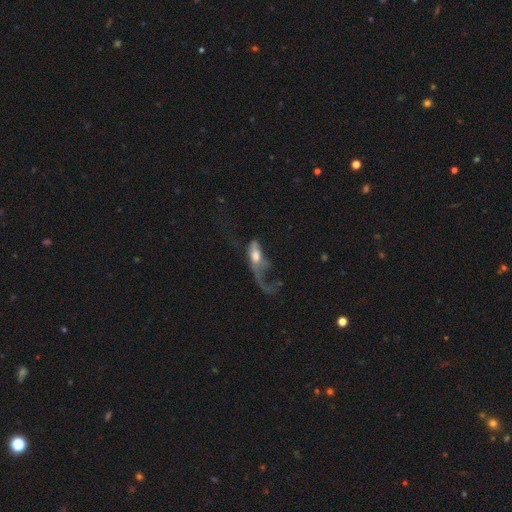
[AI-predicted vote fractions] A smooth galaxy with no disk features (47%).

Vote fractions:
- Smooth or featured? smooth: 47% / featured or disk: 45% / star or artifact: 8%
- Merging? major disturbance: 70% / none: 14% / minor disturbance: 11% / merger: 6%